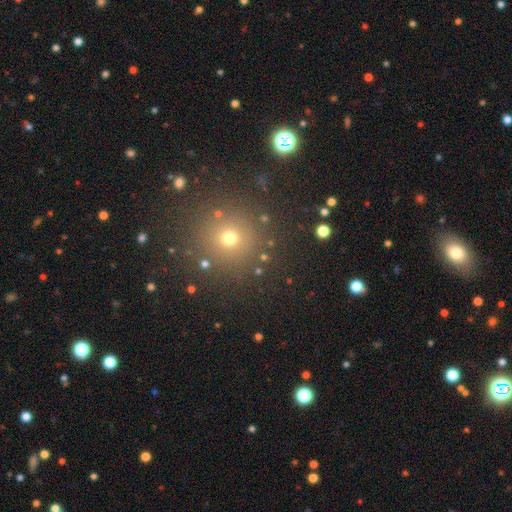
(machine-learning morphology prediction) Smooth or featured? smooth (54%)
How rounded? round (93%)
Merging? none (88%)